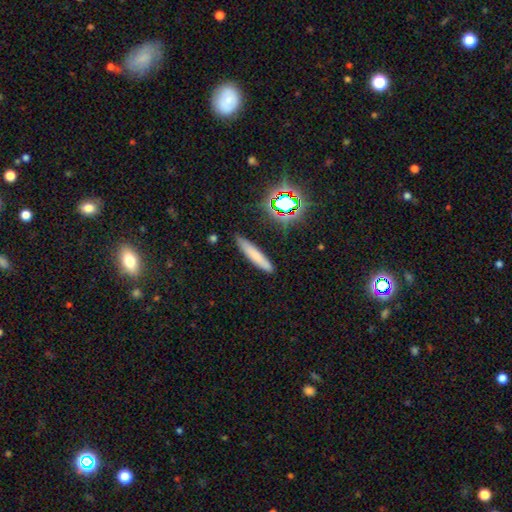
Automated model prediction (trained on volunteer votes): smooth-or-featured: smooth: 70% | featured or disk: 16% | star or artifact: 14%
  how-rounded: cigar-shaped: 89% | in between: 9% | round: 2%
  merging: none: 86% | minor disturbance: 10% | major disturbance: 2% | merger: 2%